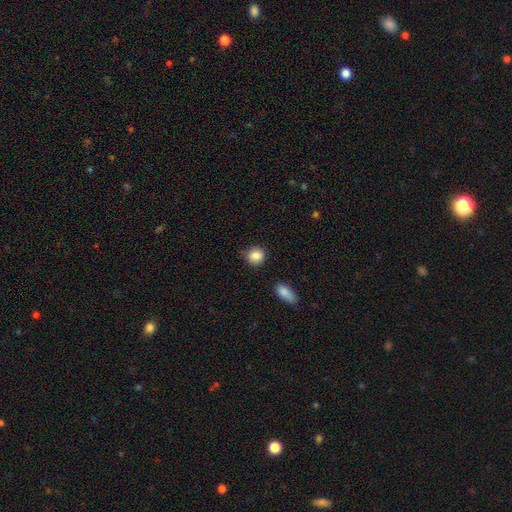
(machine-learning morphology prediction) Smooth or featured: smooth — 88% (star or artifact — 8%)
How rounded: round — 87% (in between — 12%)
Merging: none — 82% (minor disturbance — 12%)